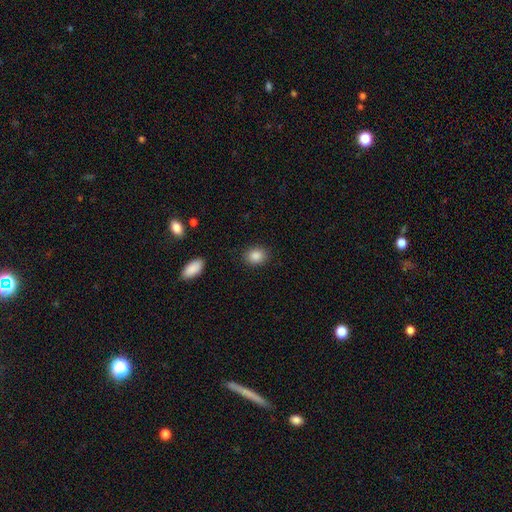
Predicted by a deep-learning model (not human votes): smooth 87%, star or artifact 9%, featured or disk 4%. Down the decision tree: how rounded — in between (51%); merging — none (87%).